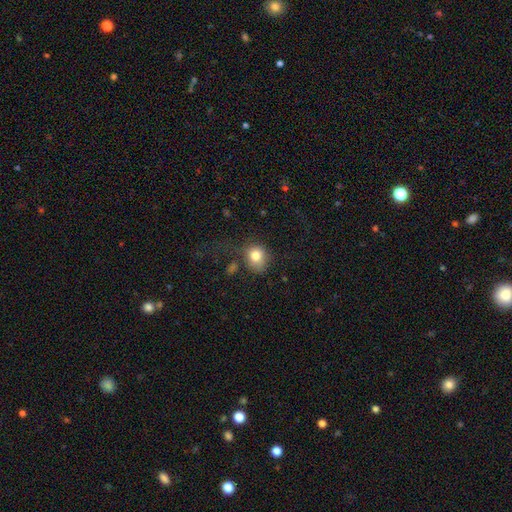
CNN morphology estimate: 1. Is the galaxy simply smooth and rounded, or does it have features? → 80% smooth, 11% star or artifact, 10% featured or disk.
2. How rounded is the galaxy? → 66% round, 33% in between, 1% cigar-shaped.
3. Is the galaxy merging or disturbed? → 56% none, 24% minor disturbance, 15% major disturbance, 5% merger.